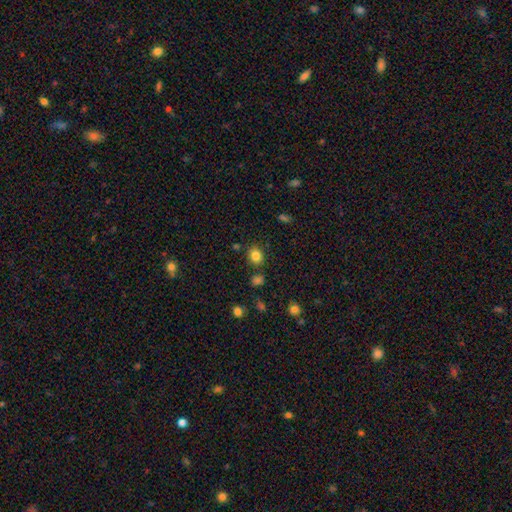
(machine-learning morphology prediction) smooth_or_featured: smooth (p=0.83) [alt: star or artifact p=0.12]
how_rounded: round (p=0.67) [alt: in between p=0.33]
merging: none (p=0.82) [alt: minor disturbance p=0.10]